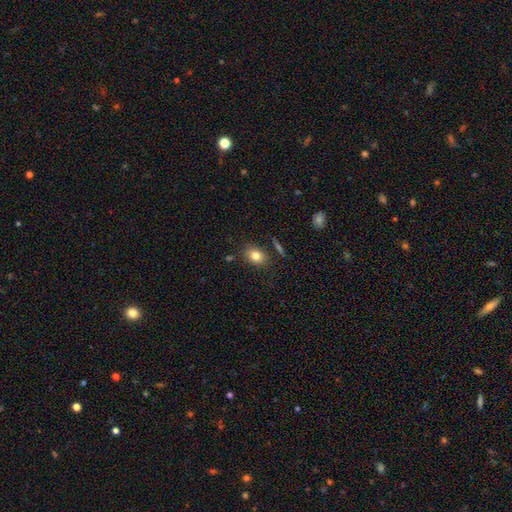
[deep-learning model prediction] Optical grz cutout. It shows a smooth galaxy with no disk features (80%) that is in between round and cigar-shaped (66%). Merging: none (82%).